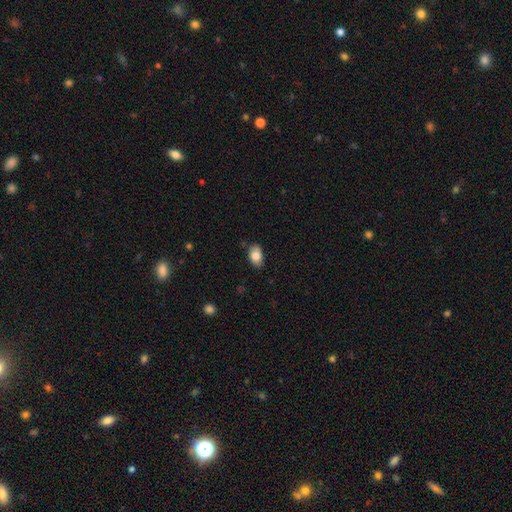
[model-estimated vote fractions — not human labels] Smooth or featured?
  - smooth: 83% *
  - featured or disk: 10%
  - star or artifact: 7%
How rounded?
  - in between: 89% *
  - round: 9%
  - cigar-shaped: 1%
Merging?
  - none: 83% *
  - minor disturbance: 14%
  - major disturbance: 2%
  - merger: 1%